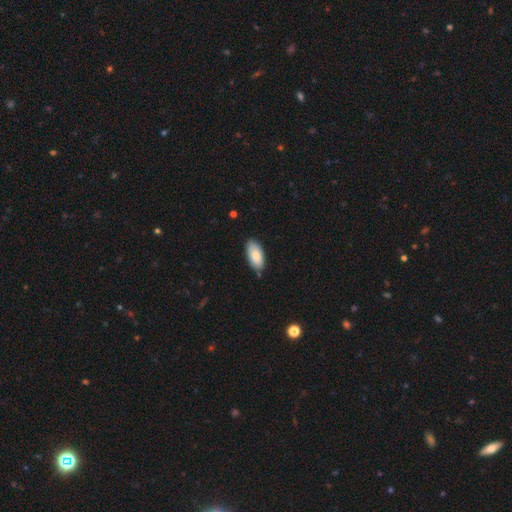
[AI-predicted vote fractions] smooth_or_featured: smooth (p=0.81) [alt: featured or disk p=0.13]
how_rounded: in between (p=0.92) [alt: cigar-shaped p=0.06]
merging: none (p=0.82) [alt: minor disturbance p=0.14]